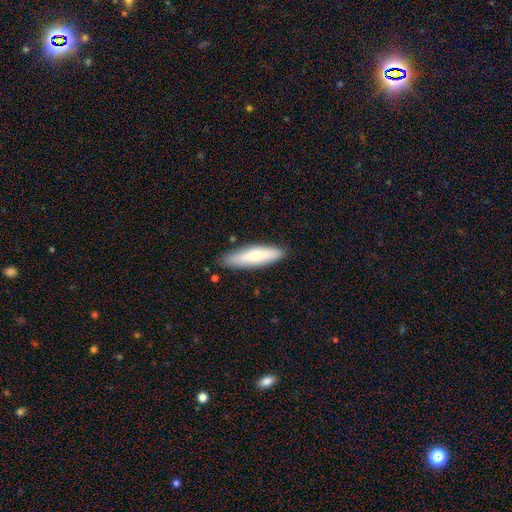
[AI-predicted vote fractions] Smooth or featured: smooth — 60% (featured or disk — 34%)
How rounded: cigar-shaped — 65% (in between — 33%)
Merging: none — 84% (minor disturbance — 12%)